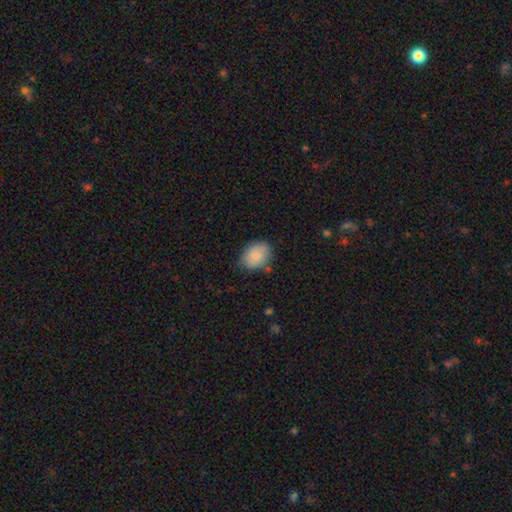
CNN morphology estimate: Smooth or featured? Predicted: smooth (p=0.85). How rounded? Predicted: in between (p=0.67). Merging? Predicted: none (p=0.75).